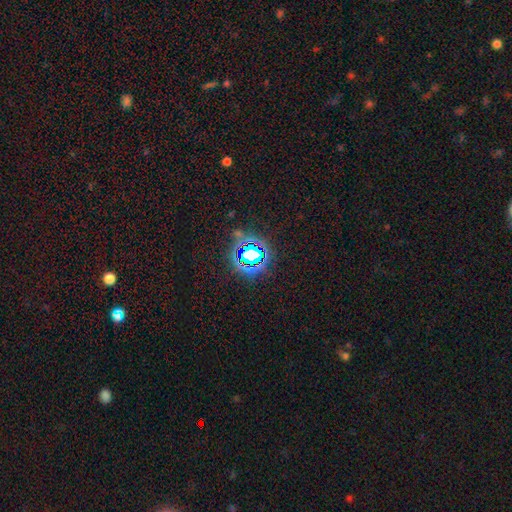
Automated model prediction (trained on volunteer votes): Morphology: type=star or artifact (78%).